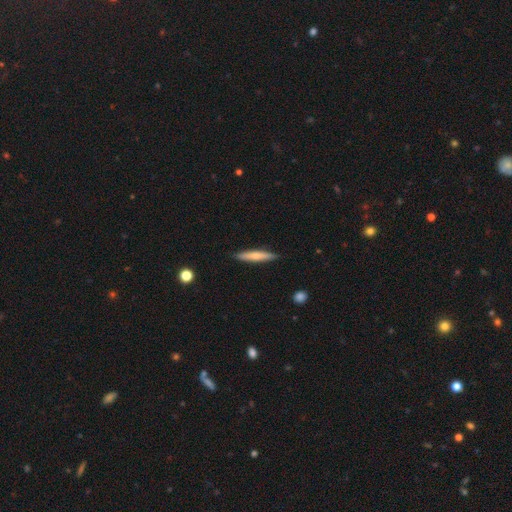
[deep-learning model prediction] smooth 60%, featured or disk 34%, star or artifact 6%. Down the decision tree: how rounded — cigar-shaped (90%); merging — none (88%).